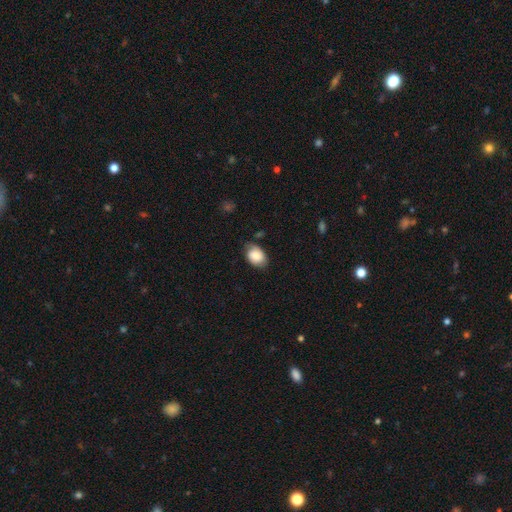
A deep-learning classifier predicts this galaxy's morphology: This is likely a smooth galaxy (78%). How rounded: likely in between (79%). Merging: likely none (63%).